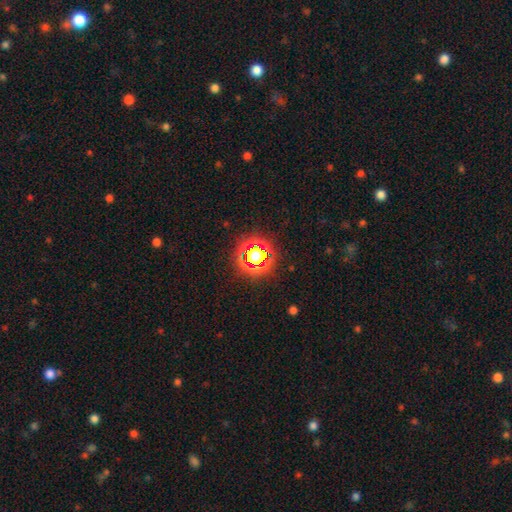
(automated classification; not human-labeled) Q: Smooth or featured?
A: star or artifact (57%); runner-up: smooth (29%)